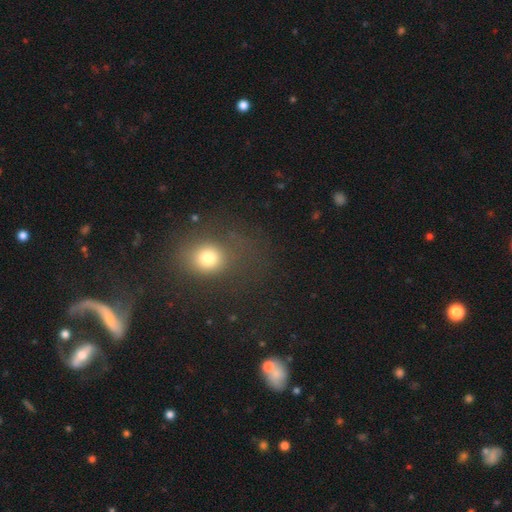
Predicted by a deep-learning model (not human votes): A smooth galaxy with no disk features (54%) that is round (66%).

Vote fractions:
- Smooth or featured? smooth: 54% / star or artifact: 31% / featured or disk: 15%
- How rounded? round: 66% / in between: 32% / cigar-shaped: 2%
- Merging? none: 72% / minor disturbance: 12% / major disturbance: 10% / merger: 6%